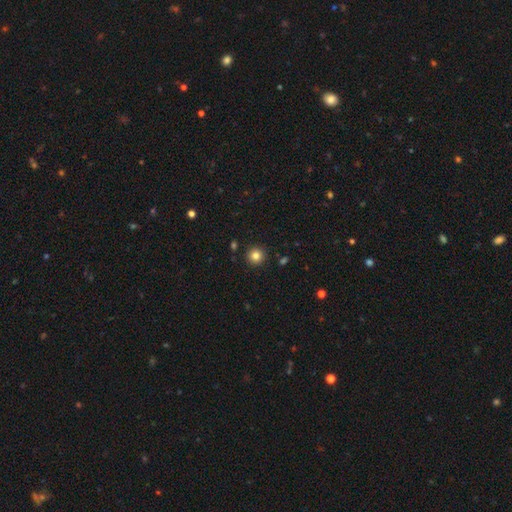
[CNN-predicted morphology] smooth 82%, star or artifact 12%, featured or disk 5%. Down the decision tree: how rounded — round (95%); merging — none (92%).